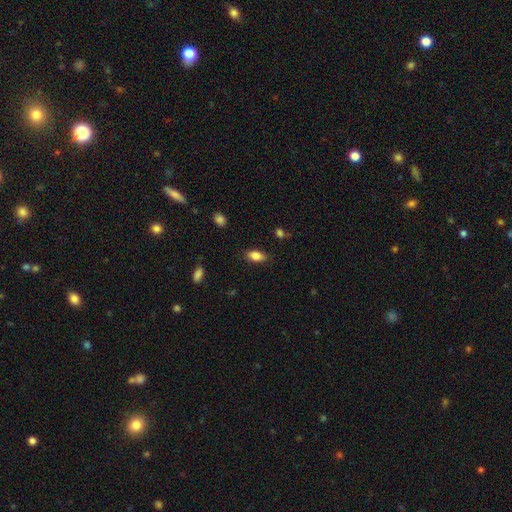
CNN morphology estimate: A smooth galaxy with no disk features (86%) that is in between round and cigar-shaped (89%).

Vote fractions:
- Smooth or featured? smooth: 86% / star or artifact: 8% / featured or disk: 5%
- How rounded? in between: 89% / round: 5% / cigar-shaped: 5%
- Merging? none: 84% / minor disturbance: 12% / major disturbance: 3% / merger: 1%